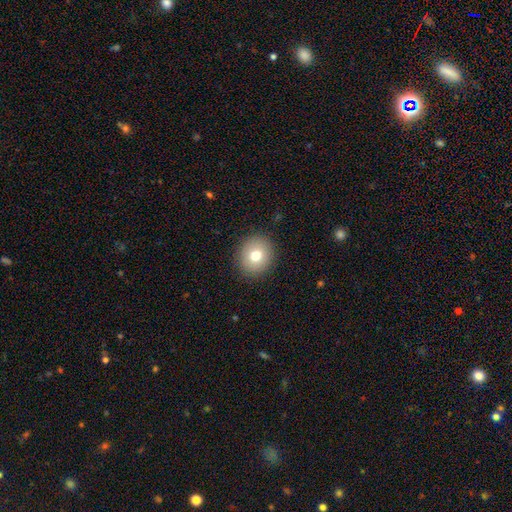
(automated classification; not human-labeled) Smooth or featured?
  - smooth: 75% *
  - featured or disk: 13%
  - star or artifact: 11%
How rounded?
  - round: 78% *
  - in between: 21%
  - cigar-shaped: 1%
Merging?
  - none: 90% *
  - minor disturbance: 7%
  - major disturbance: 2%
  - merger: 1%